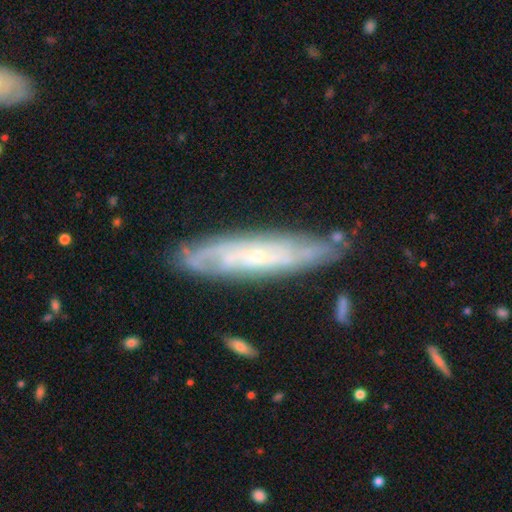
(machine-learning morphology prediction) This is likely a featured or disk galaxy (75%). It is likely not viewed edge-on (63%). Merging: likely none (77%).